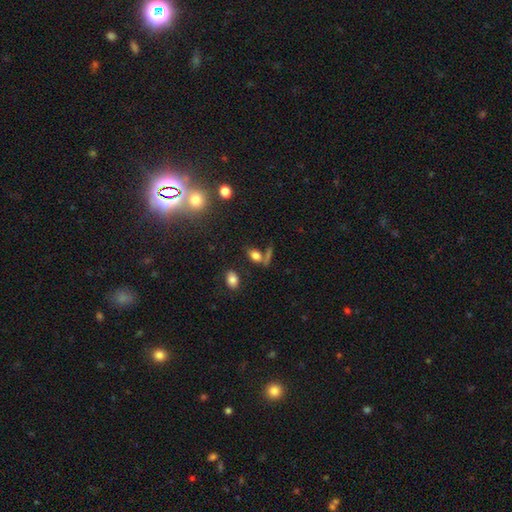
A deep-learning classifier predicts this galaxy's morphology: Smooth or featured: smooth — 74% (star or artifact — 14%)
How rounded: in between — 75% (round — 14%)
Merging: none — 55% (merger — 25%)